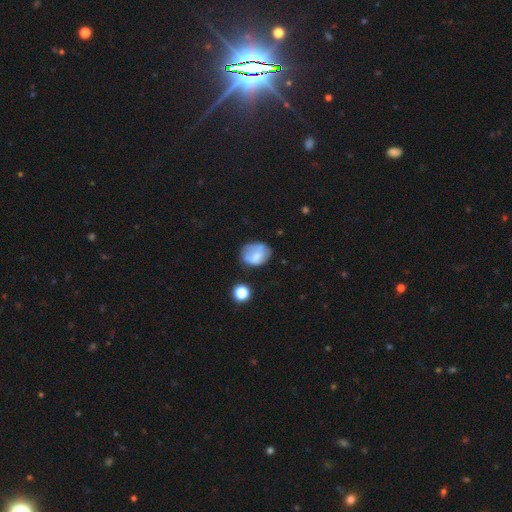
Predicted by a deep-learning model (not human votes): This appears to be a smooth galaxy with no disk features (63%) that is in between round and cigar-shaped (58%). Merging: none (55%).